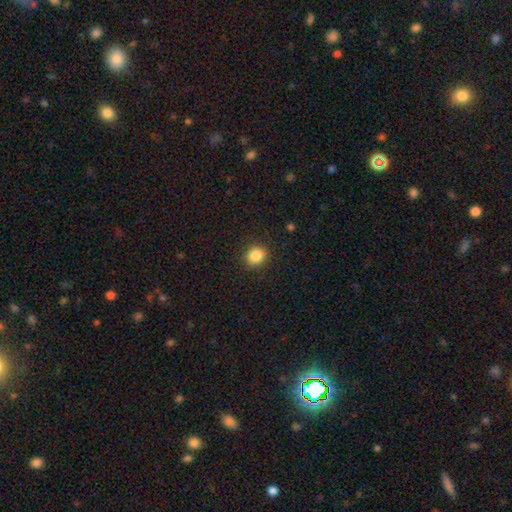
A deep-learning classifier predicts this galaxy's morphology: type=smooth (86%); roundness=round (76%); merging=none (89%).